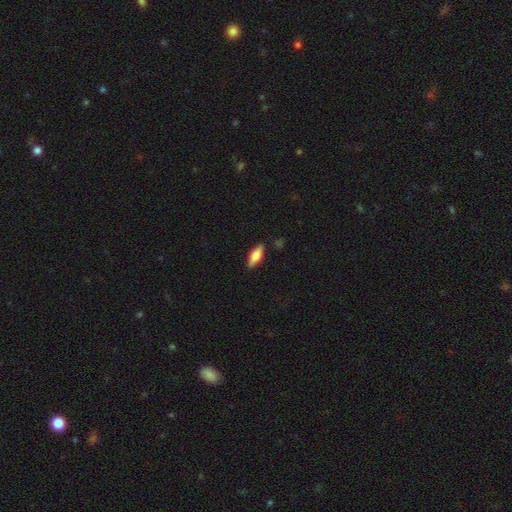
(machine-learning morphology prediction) This is likely a smooth galaxy (72%). How rounded: likely in between (68%). Merging: clearly none (85%).